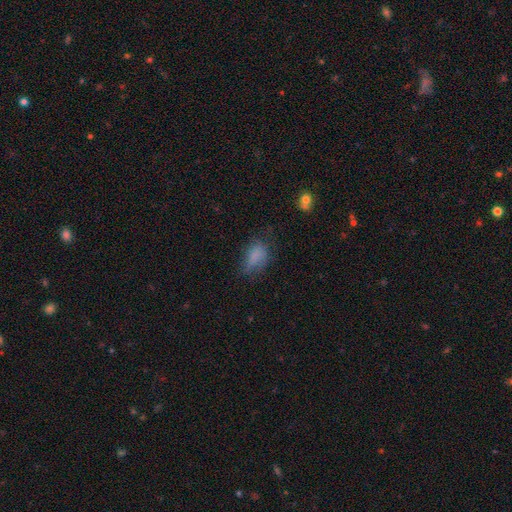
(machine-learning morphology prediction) A smooth galaxy with no disk features (74%) that is in between round and cigar-shaped (86%).

Vote fractions:
- Smooth or featured? smooth: 74% / featured or disk: 14% / star or artifact: 13%
- How rounded? in between: 86% / round: 10% / cigar-shaped: 4%
- Merging? none: 45% / minor disturbance: 32% / major disturbance: 21% / merger: 2%